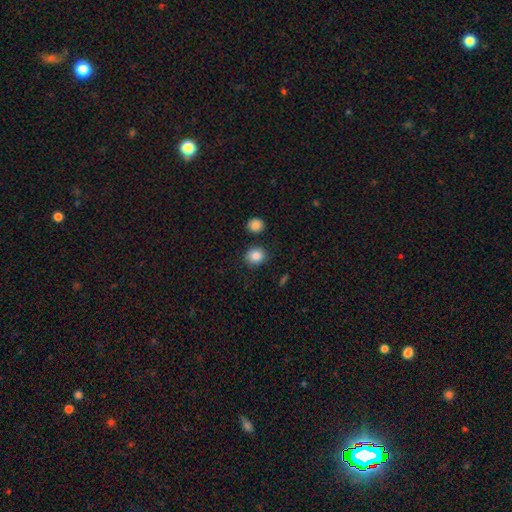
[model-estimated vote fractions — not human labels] smooth-or-featured: smooth: 86% | star or artifact: 9% | featured or disk: 5%
  how-rounded: round: 71% | in between: 28% | cigar-shaped: 1%
  merging: none: 84% | minor disturbance: 9% | merger: 4% | major disturbance: 3%